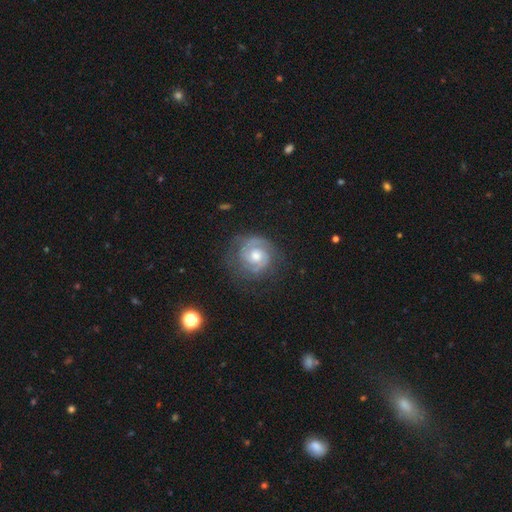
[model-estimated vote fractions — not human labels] Smooth or featured: featured or disk — 83% (smooth — 11%)
Edge-on disk: no — 98% (yes — 2%)
Bar: no — 64% (weak — 30%)
Spiral arms: yes — 96% (no — 4%)
Spiral winding: tight — 62% (medium — 31%)
Spiral arm count: 2 — 68% (can't tell — 12%)
Bulge size: moderate — 65% (small — 17%)
Merging: none — 75% (minor disturbance — 16%)